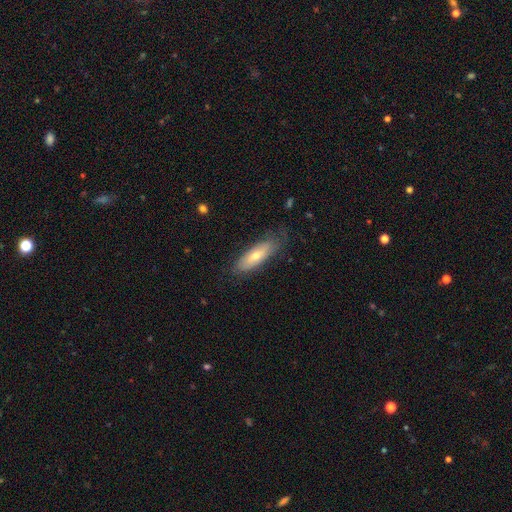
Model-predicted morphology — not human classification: This appears to be a smooth galaxy with no disk features (58%) that is in between round and cigar-shaped (55%). Merging: none (74%).